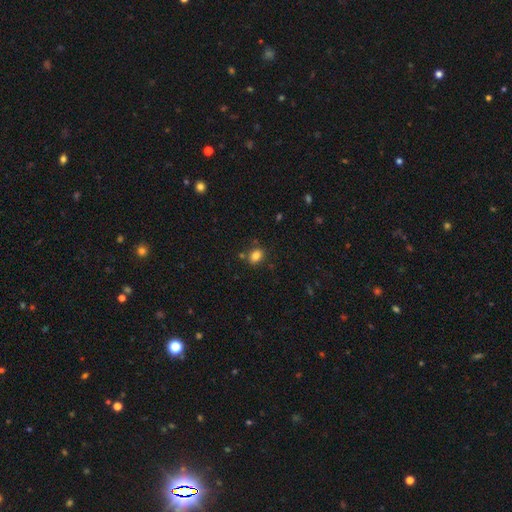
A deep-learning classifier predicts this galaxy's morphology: smooth 84%, star or artifact 11%, featured or disk 5%. Down the decision tree: how rounded — in between (69%); merging — none (77%).